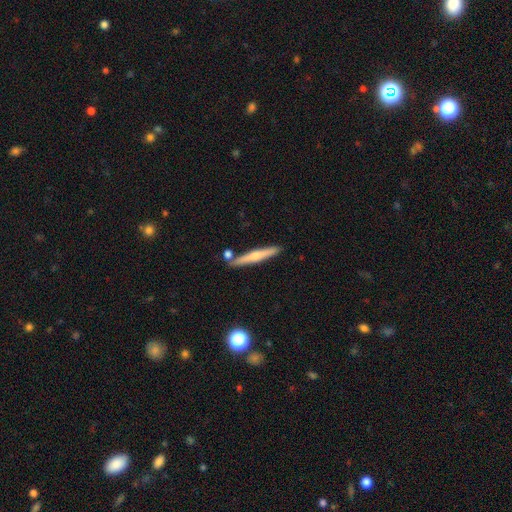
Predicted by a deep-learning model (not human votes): smooth-or-featured: featured or disk: 50% | smooth: 44% | star or artifact: 6%
  merging: none: 83% | minor disturbance: 9% | merger: 7% | major disturbance: 2%